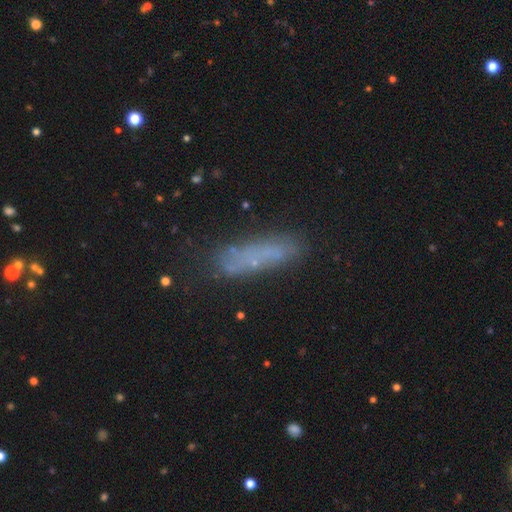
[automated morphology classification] This is possibly a smooth galaxy (54%). How rounded: likely cigar-shaped (70%). Merging: likely none (71%).